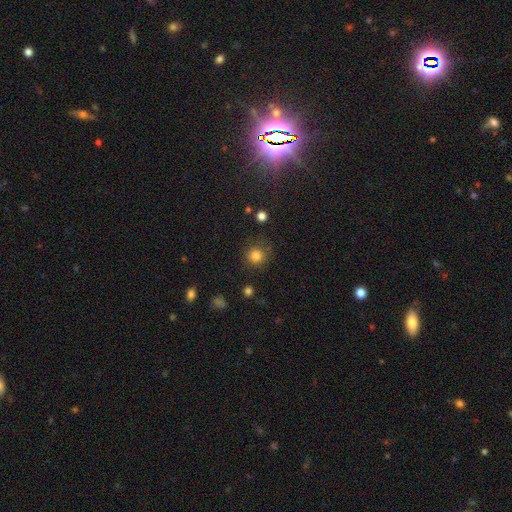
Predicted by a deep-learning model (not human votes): Overall: smooth (82%). How rounded: round (91%). Merging: none (79%).